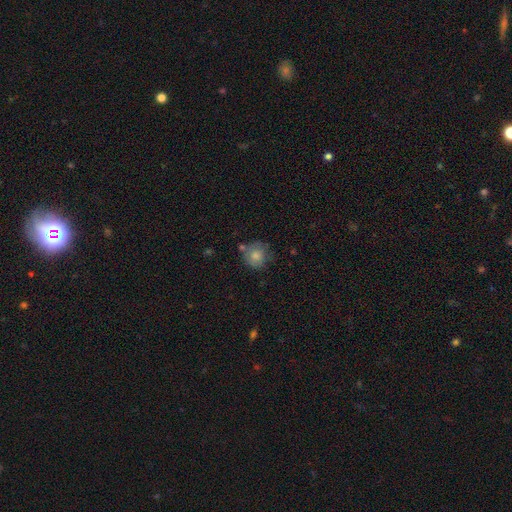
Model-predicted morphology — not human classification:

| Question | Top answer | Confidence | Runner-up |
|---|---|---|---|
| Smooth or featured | smooth | 78% | featured or disk (14%) |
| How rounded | round | 86% | in between (13%) |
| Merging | none | 63% | minor disturbance (22%) |